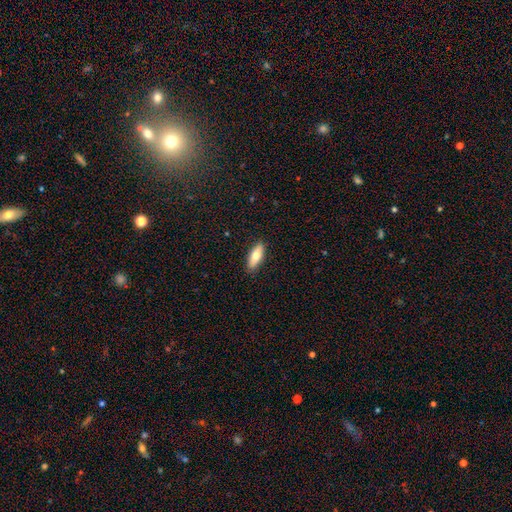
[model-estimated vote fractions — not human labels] A smooth galaxy with no disk features (74%) that is in between round and cigar-shaped (66%).

Vote fractions:
- Smooth or featured? smooth: 74% / featured or disk: 20% / star or artifact: 6%
- How rounded? in between: 66% / cigar-shaped: 32% / round: 2%
- Merging? none: 89% / minor disturbance: 8% / major disturbance: 2% / merger: 1%